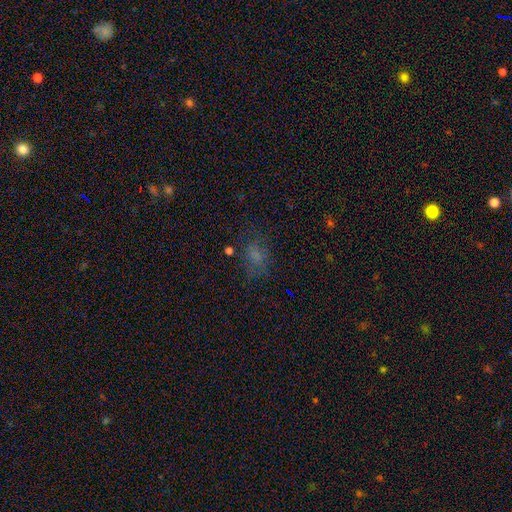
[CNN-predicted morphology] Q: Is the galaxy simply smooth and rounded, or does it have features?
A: smooth — 57%.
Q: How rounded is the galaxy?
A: in between — 75%.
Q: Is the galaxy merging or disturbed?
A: none — 56%.